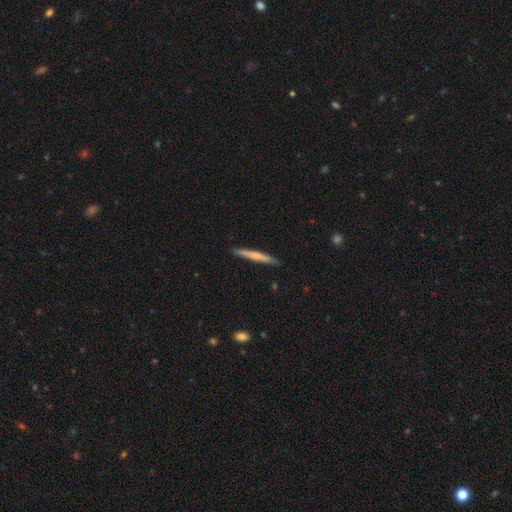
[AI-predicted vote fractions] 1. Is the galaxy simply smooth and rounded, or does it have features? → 58% smooth, 37% featured or disk, 5% star or artifact.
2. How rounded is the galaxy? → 96% cigar-shaped, 2% in between, 1% round.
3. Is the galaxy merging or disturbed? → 90% none, 8% minor disturbance, 1% major disturbance, 1% merger.